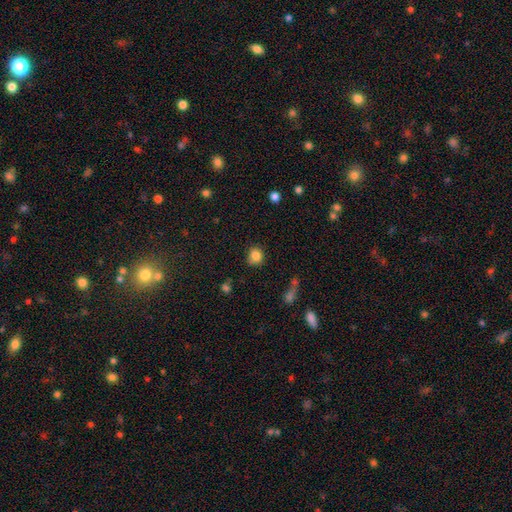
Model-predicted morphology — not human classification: smooth-or-featured: smooth: 84% | star or artifact: 11% | featured or disk: 6%
  how-rounded: round: 77% | in between: 22% | cigar-shaped: 1%
  merging: none: 77% | minor disturbance: 16% | merger: 4% | major disturbance: 4%